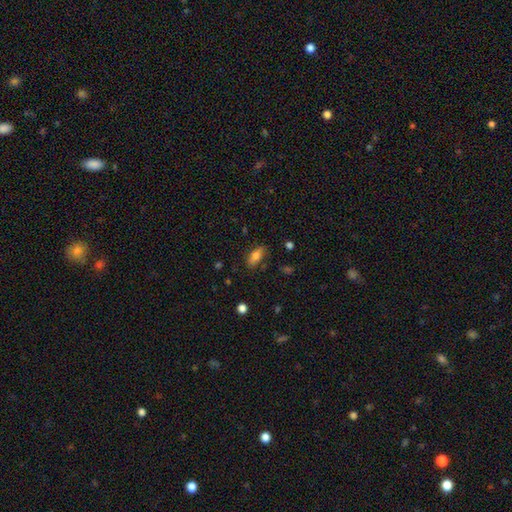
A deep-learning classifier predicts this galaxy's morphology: Q: Smooth or featured?
A: smooth (76%); runner-up: featured or disk (16%)
Q: How rounded?
A: in between (85%); runner-up: cigar-shaped (11%)
Q: Merging?
A: none (79%); runner-up: minor disturbance (16%)